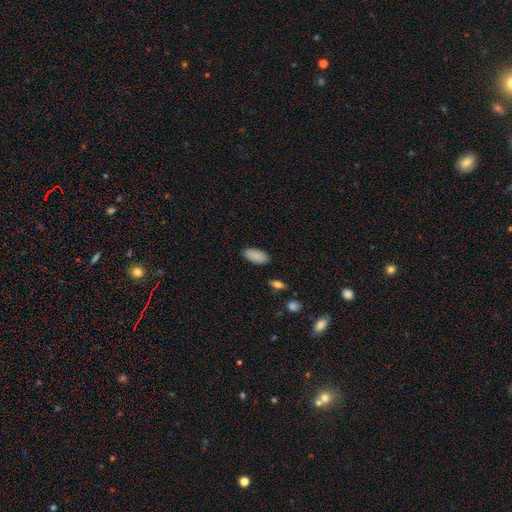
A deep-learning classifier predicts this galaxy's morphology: The model was most divided on "merging": none: 87%, minor disturbance: 9%, major disturbance: 2%, merger: 1%. More confident: how rounded — in between (90%); smooth or featured — smooth (89%).